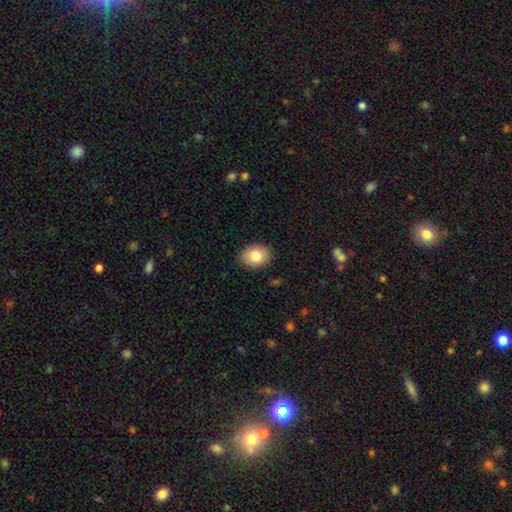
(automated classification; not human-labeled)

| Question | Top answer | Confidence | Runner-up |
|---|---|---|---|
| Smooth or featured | smooth | 82% | featured or disk (10%) |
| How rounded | in between | 64% | round (35%) |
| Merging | none | 88% | minor disturbance (9%) |